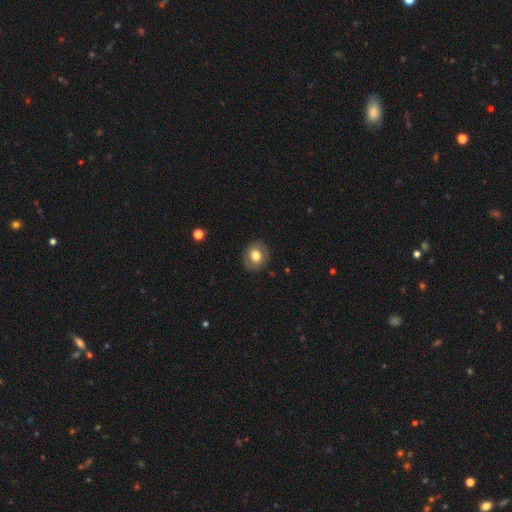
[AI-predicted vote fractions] smooth_or_featured: smooth (p=0.67) [alt: featured or disk p=0.26]
how_rounded: round (p=0.73) [alt: in between p=0.26]
merging: none (p=0.87) [alt: minor disturbance p=0.09]